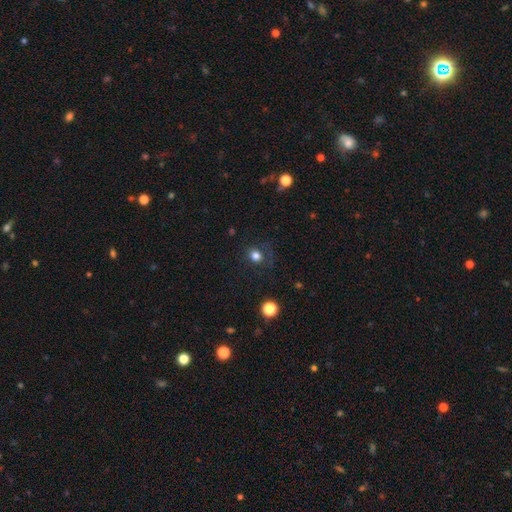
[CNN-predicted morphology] Q: Smooth or featured?
A: smooth (79%); runner-up: star or artifact (15%)
Q: How rounded?
A: round (78%); runner-up: in between (21%)
Q: Merging?
A: none (75%); runner-up: minor disturbance (14%)